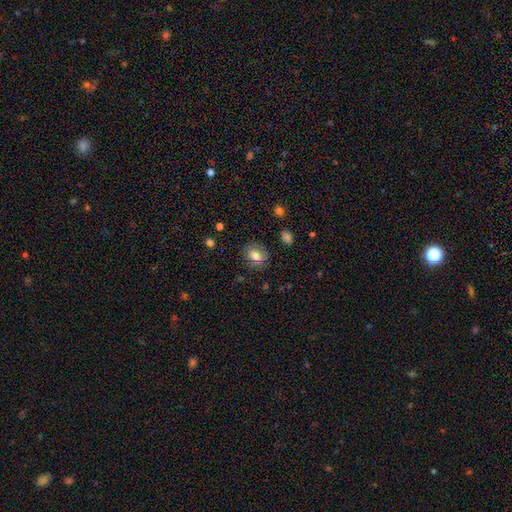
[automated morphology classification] This is likely a smooth galaxy (80%). How rounded: possibly in between (52%). Merging: clearly none (84%).